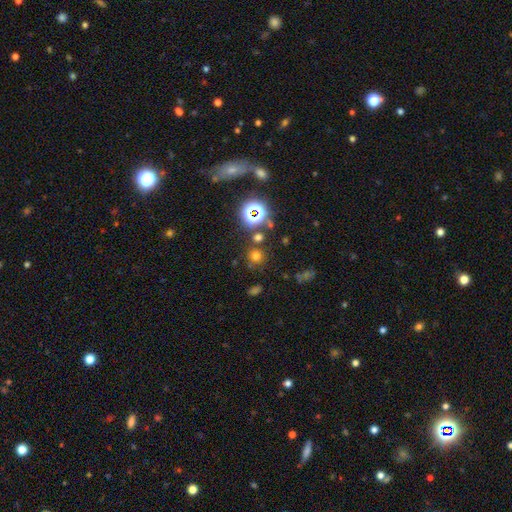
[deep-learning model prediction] Smooth or featured? smooth (63%)
How rounded? round (89%)
Merging? none (77%)